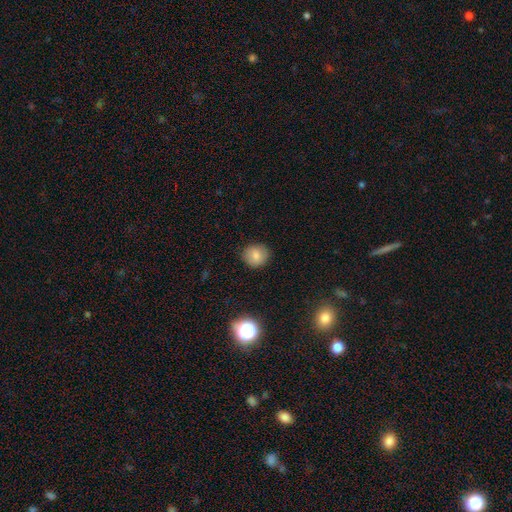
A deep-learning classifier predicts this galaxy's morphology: A smooth galaxy with no disk features (80%) that is round (87%).

Vote fractions:
- Smooth or featured? smooth: 80% / star or artifact: 11% / featured or disk: 9%
- How rounded? round: 87% / in between: 12% / cigar-shaped: 1%
- Merging? none: 88% / minor disturbance: 9% / major disturbance: 2% / merger: 1%